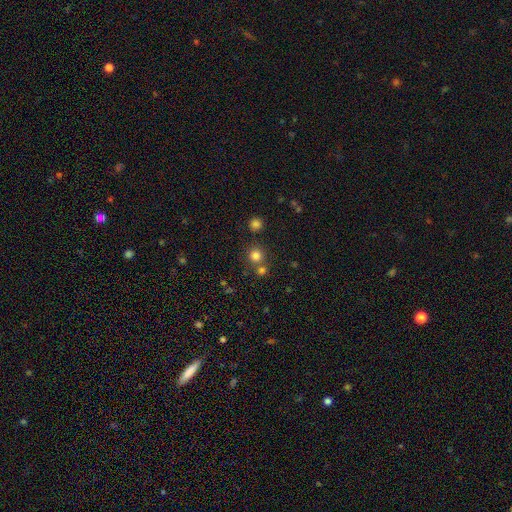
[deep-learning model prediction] This appears to be a smooth galaxy with no disk features (79%) that is round (92%). Merging: none (72%).